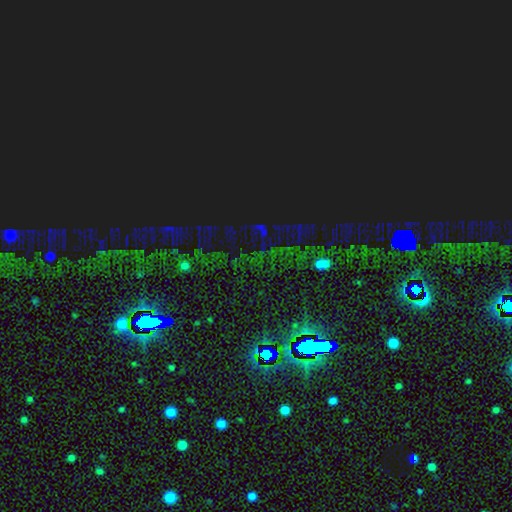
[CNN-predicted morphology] A star or artifact, not a galaxy (85%).